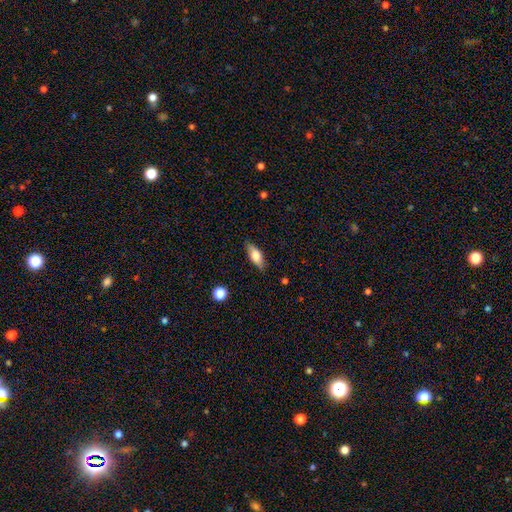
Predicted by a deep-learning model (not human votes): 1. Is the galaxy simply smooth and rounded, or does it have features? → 70% smooth, 24% featured or disk, 7% star or artifact.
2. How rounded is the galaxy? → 73% in between, 24% cigar-shaped, 3% round.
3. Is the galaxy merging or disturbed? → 85% none, 12% minor disturbance, 2% major disturbance, 1% merger.